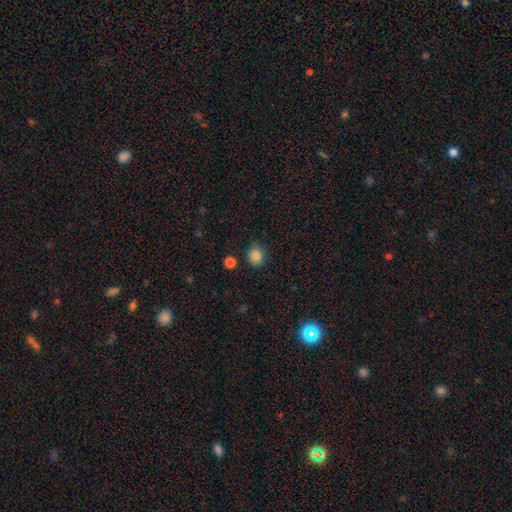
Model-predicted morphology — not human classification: Smooth or featured? Predicted: smooth (p=0.85). How rounded? Predicted: round (p=0.62). Merging? Predicted: none (p=0.76).